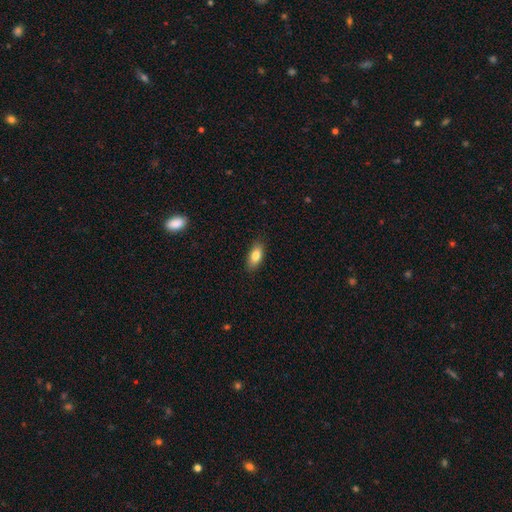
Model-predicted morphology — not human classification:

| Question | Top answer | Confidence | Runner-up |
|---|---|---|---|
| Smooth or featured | smooth | 83% | featured or disk (10%) |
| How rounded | in between | 87% | cigar-shaped (9%) |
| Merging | none | 87% | minor disturbance (10%) |